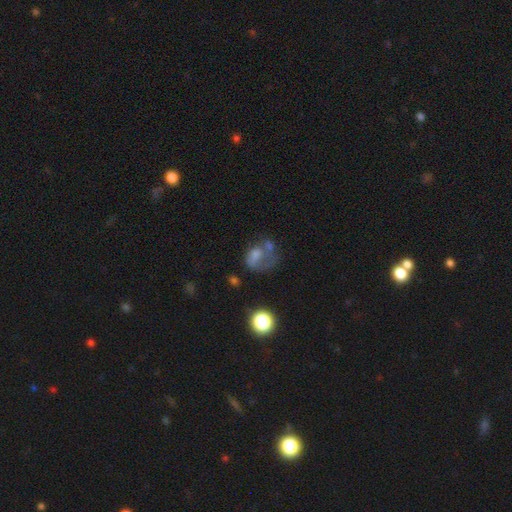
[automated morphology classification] A smooth galaxy with no disk features (55%) that is in between round and cigar-shaped (61%).

Vote fractions:
- Smooth or featured? smooth: 55% / featured or disk: 31% / star or artifact: 14%
- How rounded? in between: 61% / round: 38% / cigar-shaped: 1%
- Merging? major disturbance: 41% / none: 21% / merger: 21% / minor disturbance: 17%